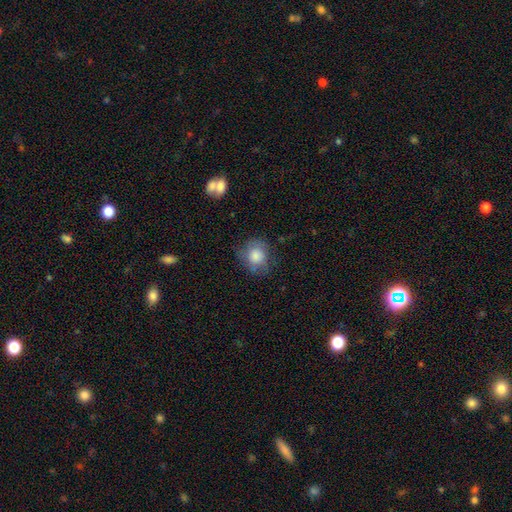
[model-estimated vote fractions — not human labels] smooth_or_featured: smooth (p=0.74) [alt: featured or disk p=0.18]
how_rounded: round (p=0.79) [alt: in between p=0.20]
merging: none (p=0.66) [alt: minor disturbance p=0.23]